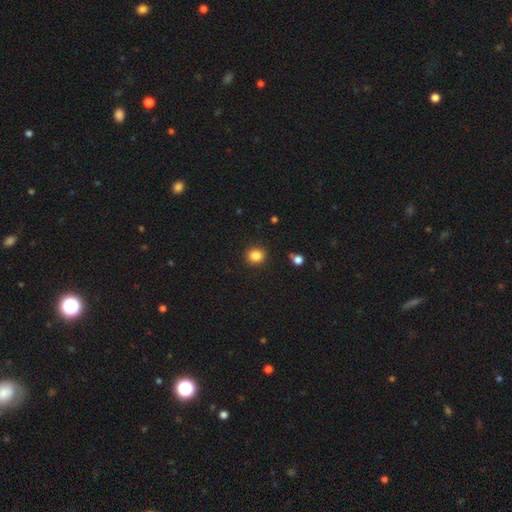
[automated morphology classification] A smooth galaxy with no disk features (85%) that is round (84%). Merging: none (90%).